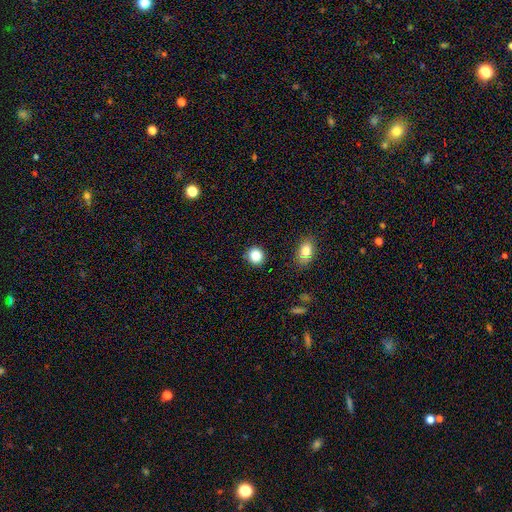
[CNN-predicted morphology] type=smooth (86%); roundness=round (85%); merging=none (89%).